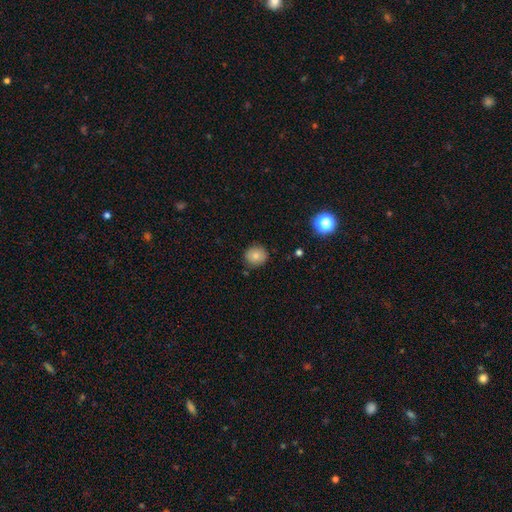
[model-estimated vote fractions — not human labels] This appears to be a smooth galaxy with no disk features (80%) that is round (87%). Merging: none (86%).